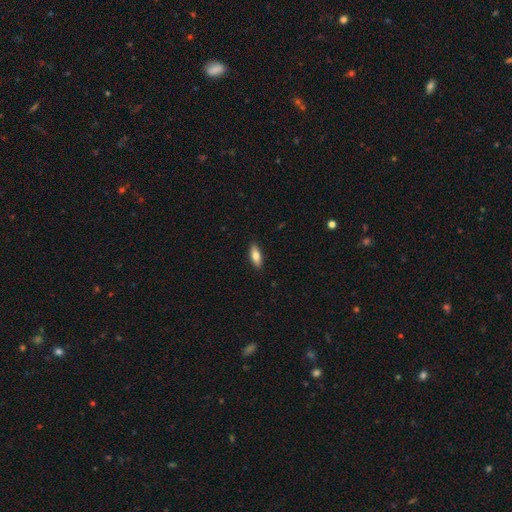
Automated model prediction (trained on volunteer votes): Smooth or featured?
  - smooth: 81% *
  - featured or disk: 13%
  - star or artifact: 6%
How rounded?
  - in between: 77% *
  - cigar-shaped: 21%
  - round: 2%
Merging?
  - none: 89% *
  - minor disturbance: 9%
  - major disturbance: 2%
  - merger: 1%